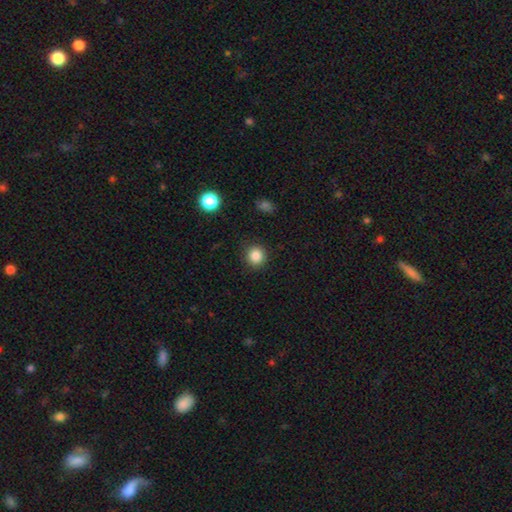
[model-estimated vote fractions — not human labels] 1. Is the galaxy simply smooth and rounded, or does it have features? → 85% smooth, 11% star or artifact, 4% featured or disk.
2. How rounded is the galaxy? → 92% round, 7% in between, 1% cigar-shaped.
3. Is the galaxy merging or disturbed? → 90% none, 7% minor disturbance, 2% major disturbance, 1% merger.